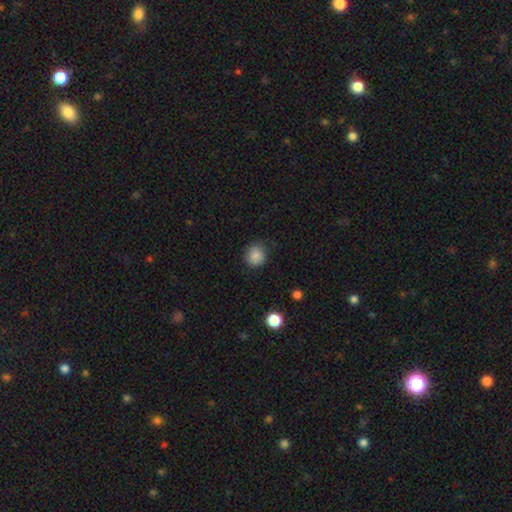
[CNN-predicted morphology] Smooth or featured? smooth (85%)
How rounded? round (86%)
Merging? none (76%)